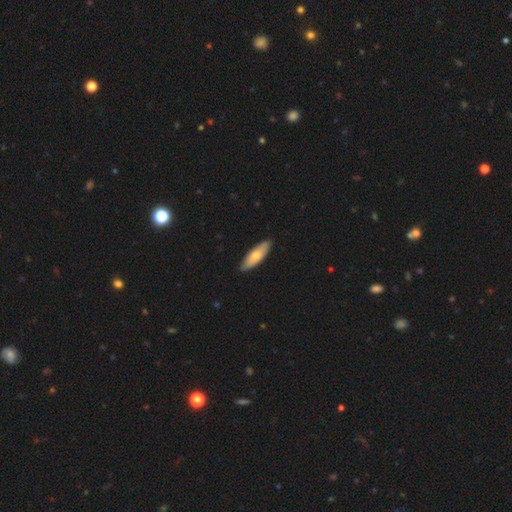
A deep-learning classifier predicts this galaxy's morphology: smooth 67%, featured or disk 28%, star or artifact 5%. Down the decision tree: how rounded — in between (55%); merging — none (88%).